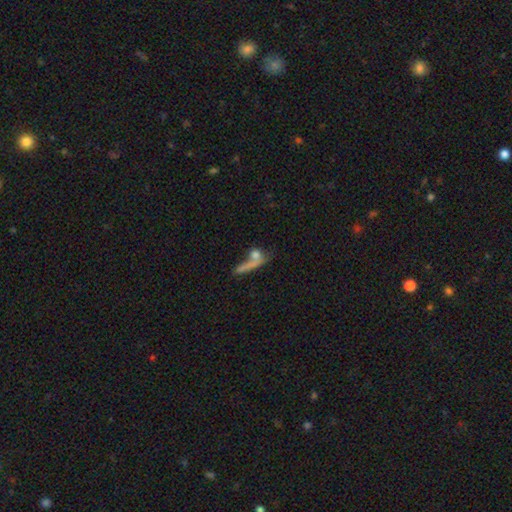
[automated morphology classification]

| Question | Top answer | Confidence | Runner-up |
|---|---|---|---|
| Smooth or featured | smooth | 66% | featured or disk (22%) |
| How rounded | round | 36% | cigar-shaped (35%) |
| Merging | none | 38% | tied: merger (38%) |